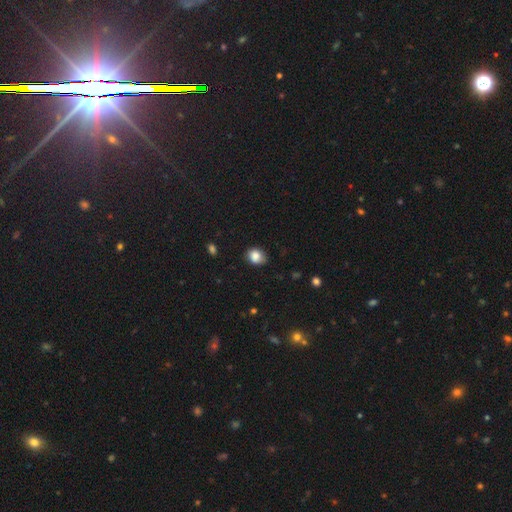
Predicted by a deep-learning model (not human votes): Q: Smooth or featured?
A: smooth (85%); runner-up: star or artifact (9%)
Q: How rounded?
A: round (55%); runner-up: in between (44%)
Q: Merging?
A: none (73%); runner-up: minor disturbance (22%)